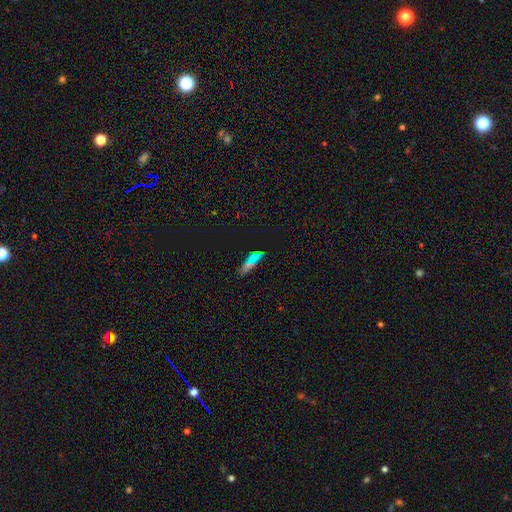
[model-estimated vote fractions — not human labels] This appears to be a smooth galaxy with no disk features (58%) that is cigar-shaped (48%). Merging: none (69%).